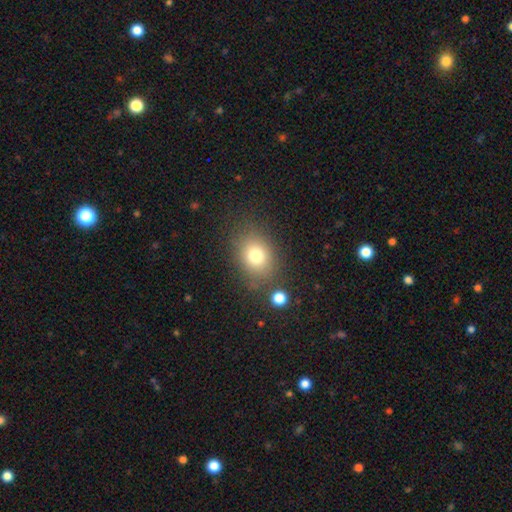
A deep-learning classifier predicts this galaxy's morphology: Overall: smooth (77%). How rounded: in between (53%; round 46%). Merging: none (76%).